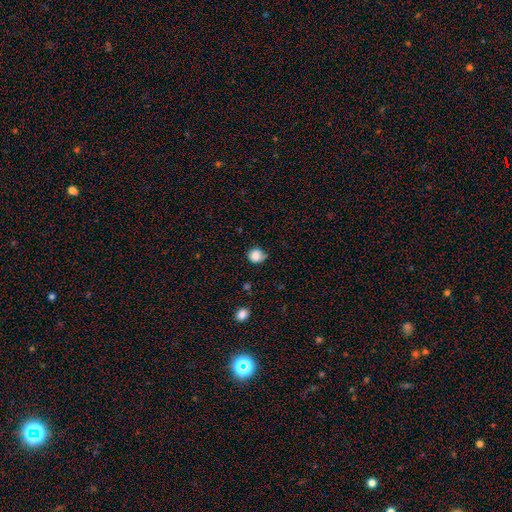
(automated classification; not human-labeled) Smooth or featured? smooth (86%)
How rounded? round (86%)
Merging? none (63%)